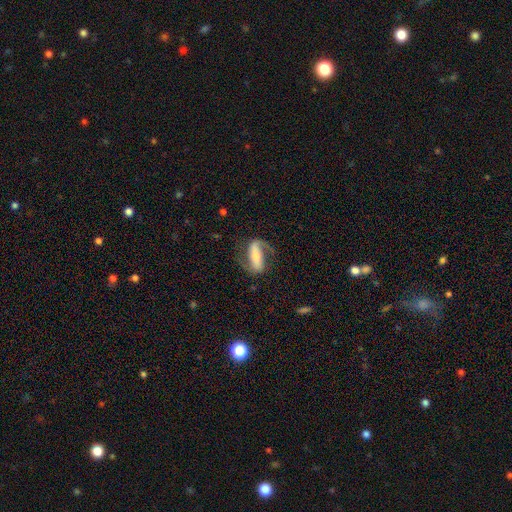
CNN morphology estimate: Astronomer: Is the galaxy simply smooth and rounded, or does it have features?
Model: featured or disk — 80%.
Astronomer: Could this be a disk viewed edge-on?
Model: no — 91%.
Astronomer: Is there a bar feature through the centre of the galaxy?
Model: strong — 63%.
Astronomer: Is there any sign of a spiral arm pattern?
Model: yes — 92%.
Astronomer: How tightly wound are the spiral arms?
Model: loose — 46% (runner-up: medium, 39%).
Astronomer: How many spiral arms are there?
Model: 2 — 84%.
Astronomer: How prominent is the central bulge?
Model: small — 47% (runner-up: moderate, 38%).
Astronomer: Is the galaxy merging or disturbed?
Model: none — 69%.